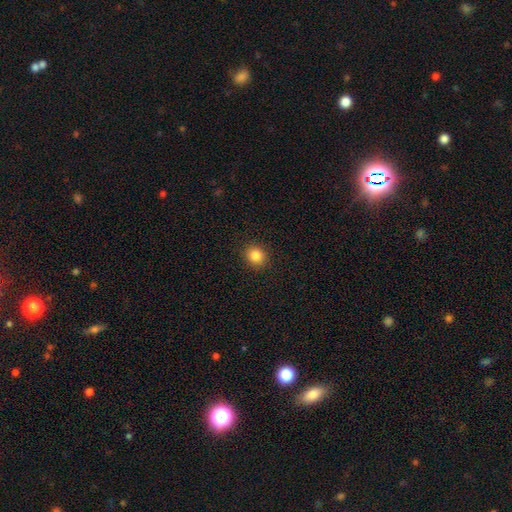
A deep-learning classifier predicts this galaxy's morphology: Smooth or featured? smooth (84%)
How rounded? round (79%)
Merging? none (91%)